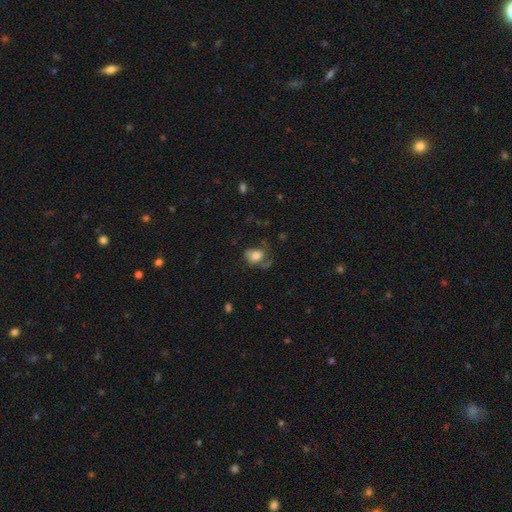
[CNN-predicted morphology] Smooth or featured? Predicted: smooth (p=0.67). How rounded? Predicted: in between (p=0.57). Merging? Predicted: none (p=0.36).